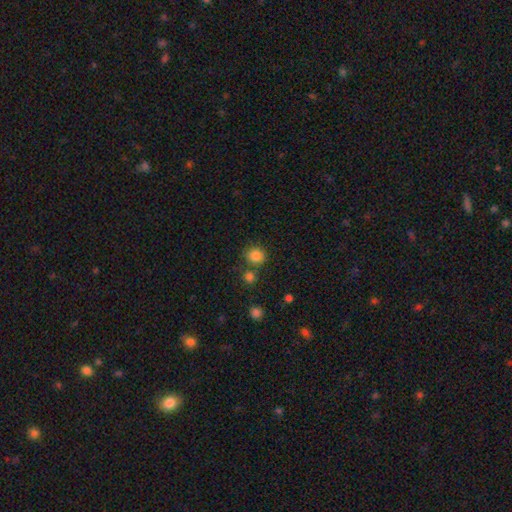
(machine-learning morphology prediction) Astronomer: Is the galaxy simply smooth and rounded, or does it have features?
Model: smooth — 84%.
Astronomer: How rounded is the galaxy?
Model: round — 88%.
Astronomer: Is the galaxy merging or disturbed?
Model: none — 73%.